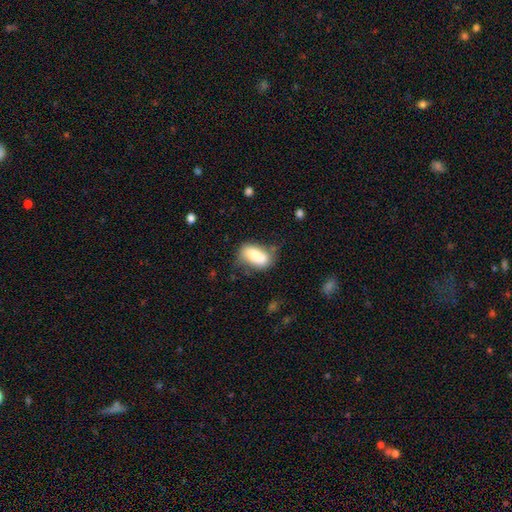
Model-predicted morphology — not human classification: Smooth or featured? smooth (70%)
How rounded? in between (88%)
Merging? none (47%)